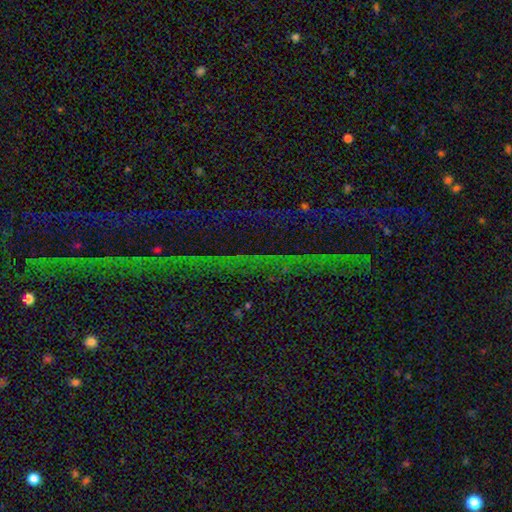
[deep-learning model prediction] smooth_or_featured: star or artifact (p=0.78) [alt: featured or disk p=0.12]